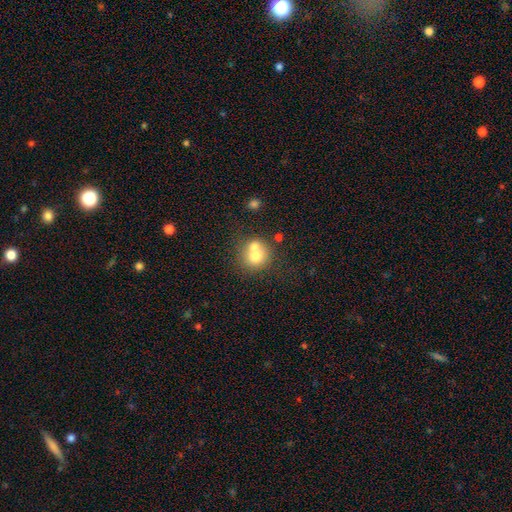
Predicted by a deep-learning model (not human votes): This appears to be a smooth galaxy with no disk features (68%) that is round (84%). Merging: merger (50%).